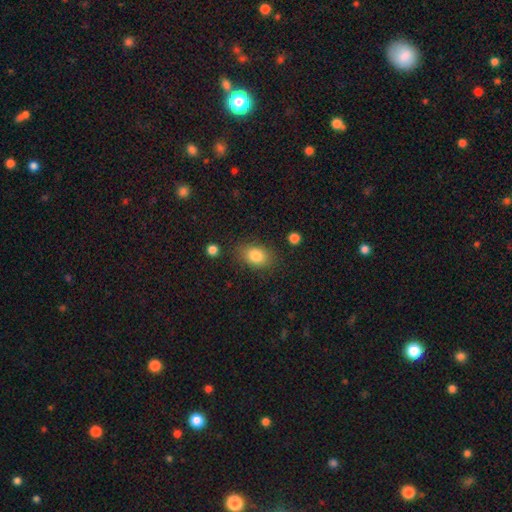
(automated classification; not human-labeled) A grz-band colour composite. It shows a smooth galaxy with no disk features (83%) that is in between round and cigar-shaped (76%). Merging: none (80%).